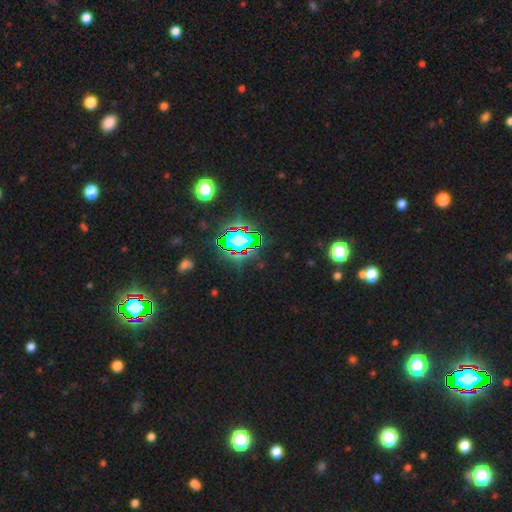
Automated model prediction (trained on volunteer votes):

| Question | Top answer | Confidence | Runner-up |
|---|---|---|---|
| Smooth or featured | star or artifact | 80% | smooth (12%) |